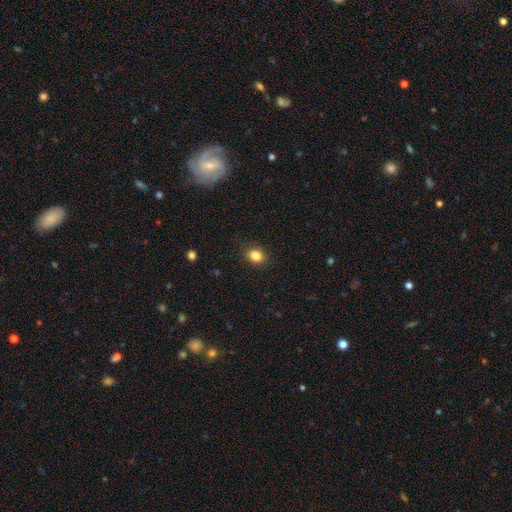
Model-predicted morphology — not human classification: A smooth galaxy with no disk features (84%) that is in between round and cigar-shaped (51%). Merging: none (86%).